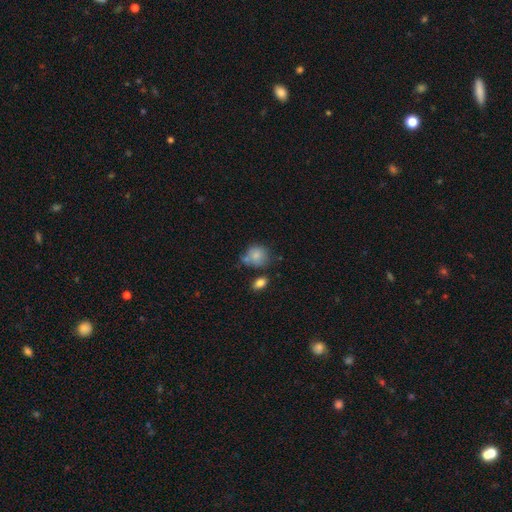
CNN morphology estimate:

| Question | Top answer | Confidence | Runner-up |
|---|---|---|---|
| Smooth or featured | smooth | 83% | star or artifact (9%) |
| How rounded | round | 74% | in between (25%) |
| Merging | none | 58% | minor disturbance (20%) |